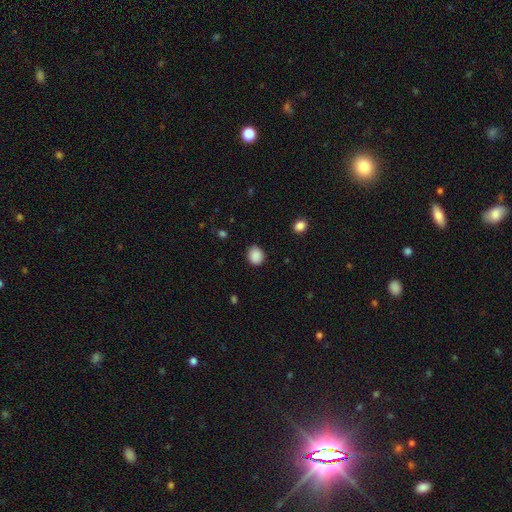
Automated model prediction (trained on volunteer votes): smooth_or_featured: smooth (p=0.88) [alt: star or artifact p=0.09]
how_rounded: round (p=0.68) [alt: in between p=0.31]
merging: none (p=0.85) [alt: minor disturbance p=0.11]